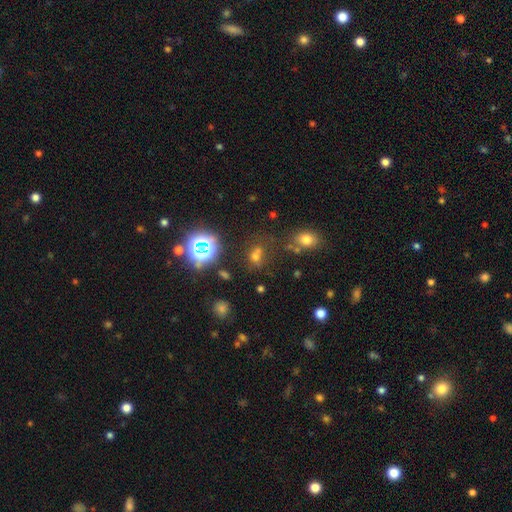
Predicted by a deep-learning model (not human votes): smooth-or-featured: smooth: 49% | star or artifact: 39% | featured or disk: 12%
  merging: none: 52% | merger: 27% | minor disturbance: 13% | major disturbance: 8%